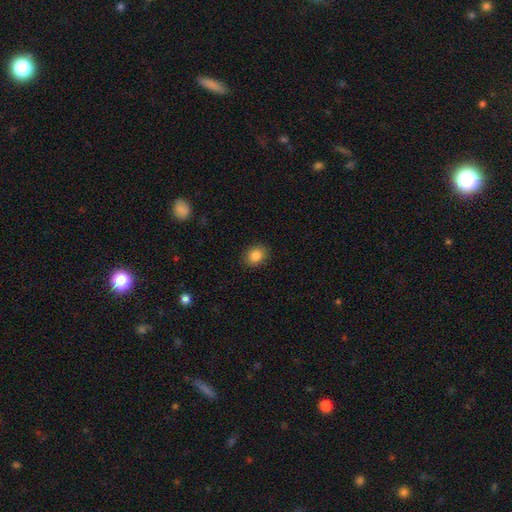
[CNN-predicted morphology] Smooth or featured: smooth — 85% (star or artifact — 10%)
How rounded: round — 54% (in between — 45%)
Merging: none — 90% (minor disturbance — 7%)